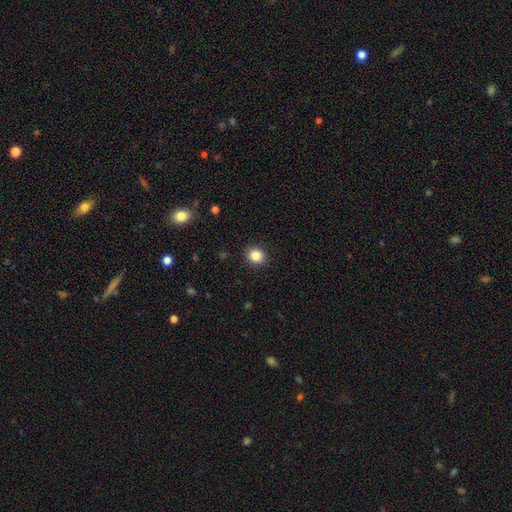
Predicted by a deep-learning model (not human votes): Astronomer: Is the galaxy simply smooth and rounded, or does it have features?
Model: smooth — 85%.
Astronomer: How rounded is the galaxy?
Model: round — 83%.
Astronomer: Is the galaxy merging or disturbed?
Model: none — 91%.